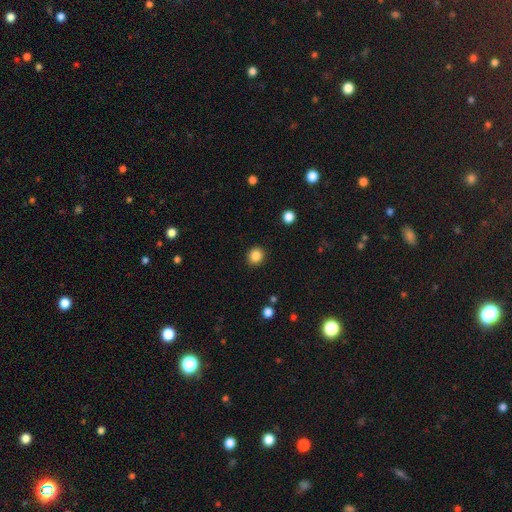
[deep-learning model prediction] Smooth or featured? smooth (86%)
How rounded? round (84%)
Merging? none (91%)